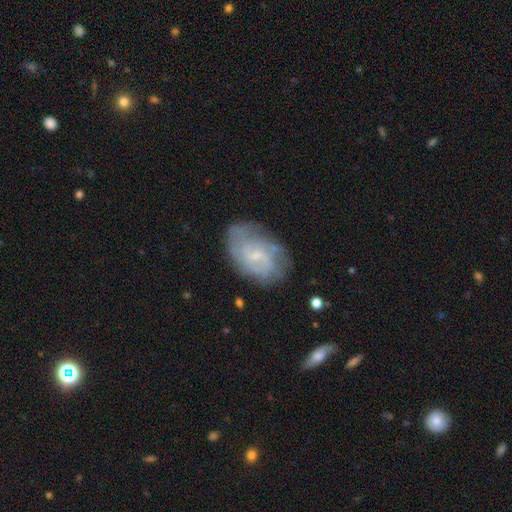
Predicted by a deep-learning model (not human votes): smooth_or_featured: featured or disk (p=0.68) [alt: smooth p=0.24]
disk_edge_on: no (p=0.97) [alt: yes p=0.03]
bar: no (p=0.47) [alt: weak p=0.46]
has_spiral_arms: yes (p=0.84) [alt: no p=0.16]
spiral_winding: tight (p=0.43) [alt: medium p=0.39]
spiral_arm_count: can't tell (p=0.46) [alt: 2 p=0.27]
bulge_size: small (p=0.67) [alt: moderate p=0.19]
merging: none (p=0.69) [alt: minor disturbance p=0.21]